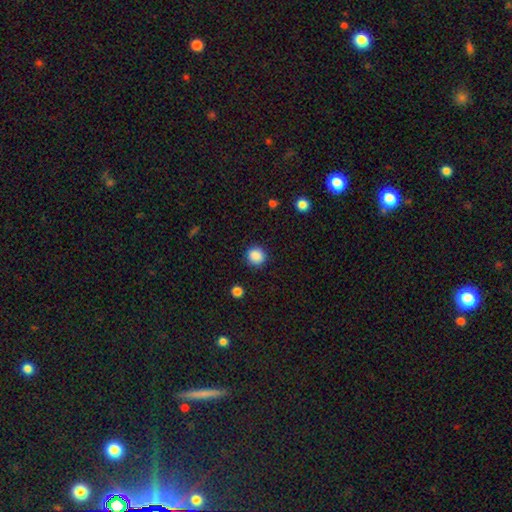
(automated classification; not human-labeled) A smooth galaxy with no disk features (88%) that is round (90%).

Vote fractions:
- Smooth or featured? smooth: 88% / star or artifact: 9% / featured or disk: 3%
- How rounded? round: 90% / in between: 9% / cigar-shaped: 1%
- Merging? none: 89% / minor disturbance: 7% / major disturbance: 3% / merger: 1%